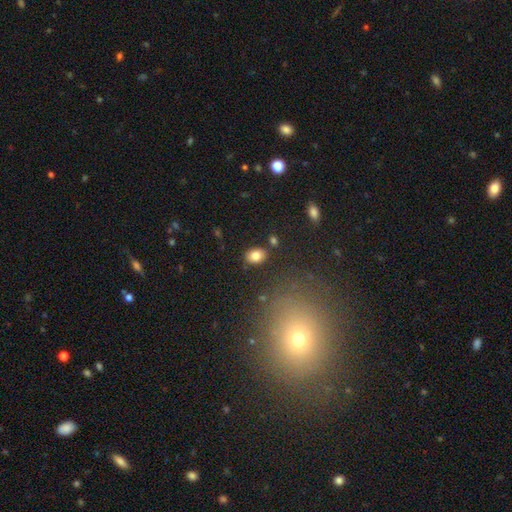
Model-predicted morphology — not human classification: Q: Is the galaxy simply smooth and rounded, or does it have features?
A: smooth — 82%.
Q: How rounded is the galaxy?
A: in between — 71%.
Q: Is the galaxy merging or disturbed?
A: none — 82%.